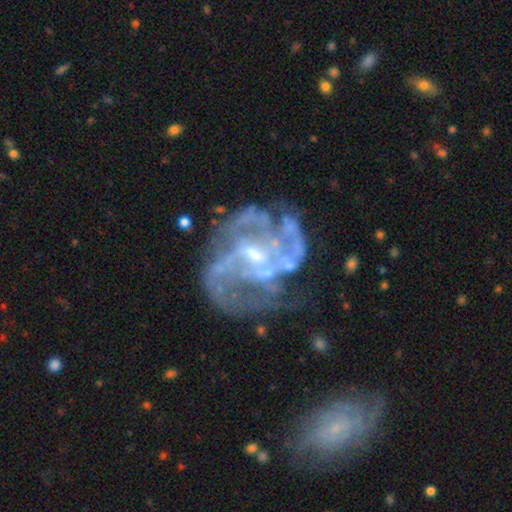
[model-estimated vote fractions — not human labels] Morphology: type=featured or disk (87%); edge-on=no (98%); bar=weak (45%); spiral arms=yes (86%); winding=medium (45%); arm count=can't tell (30%, tied with 2); bulge=small (48%); merging=none (51%).